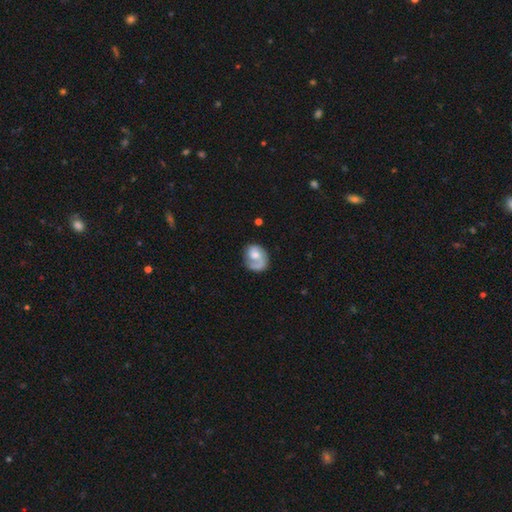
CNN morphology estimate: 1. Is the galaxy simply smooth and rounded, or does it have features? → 62% featured or disk, 31% smooth, 6% star or artifact.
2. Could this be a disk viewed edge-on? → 98% no, 2% yes.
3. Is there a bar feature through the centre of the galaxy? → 72% no, 24% weak, 4% strong.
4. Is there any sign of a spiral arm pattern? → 84% yes, 16% no.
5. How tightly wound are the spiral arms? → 37% tight, 35% medium, 28% loose.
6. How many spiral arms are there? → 76% 1, 13% 2, 7% can't tell, 1% 3, 1% 4, 1% more than 4.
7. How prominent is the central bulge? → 49% moderate, 26% small, 13% large, 9% none, 2% dominant.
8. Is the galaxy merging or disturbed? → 50% none, 23% major disturbance, 21% minor disturbance, 5% merger.